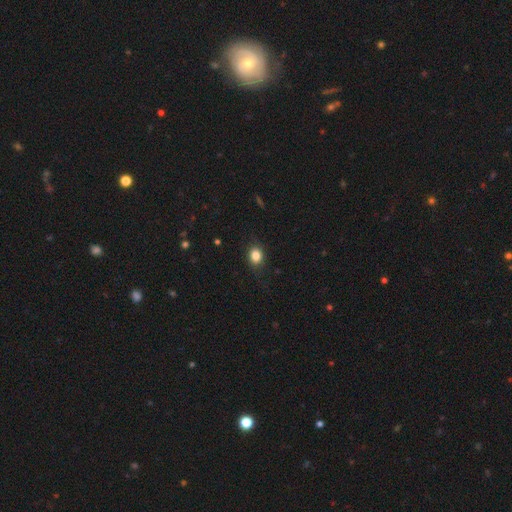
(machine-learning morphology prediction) Q: Smooth or featured?
A: smooth (84%); runner-up: star or artifact (10%)
Q: How rounded?
A: in between (51%); runner-up: round (48%)
Q: Merging?
A: none (83%); runner-up: minor disturbance (12%)